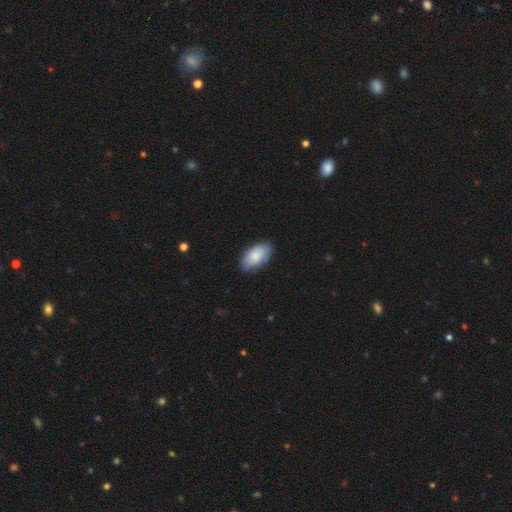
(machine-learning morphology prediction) This is likely a smooth galaxy (79%). How rounded: clearly in between (95%). Merging: likely none (78%).